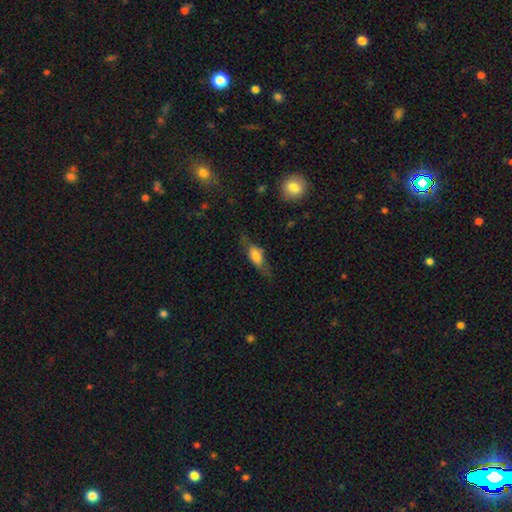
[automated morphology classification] Smooth or featured? smooth (60%)
How rounded? in between (65%)
Merging? none (62%)